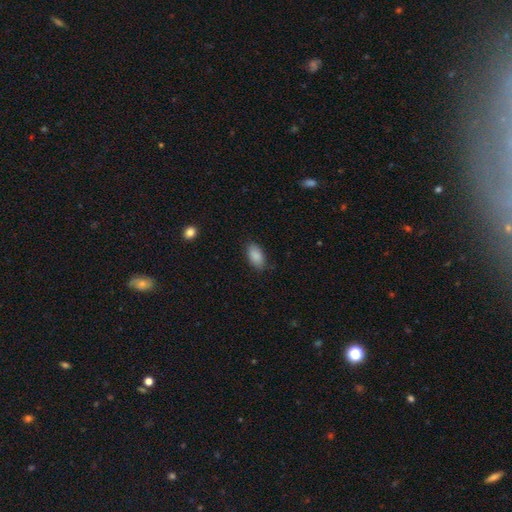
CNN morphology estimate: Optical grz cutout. It shows a smooth galaxy with no disk features (88%) that is in between round and cigar-shaped (93%). Merging: none (80%).